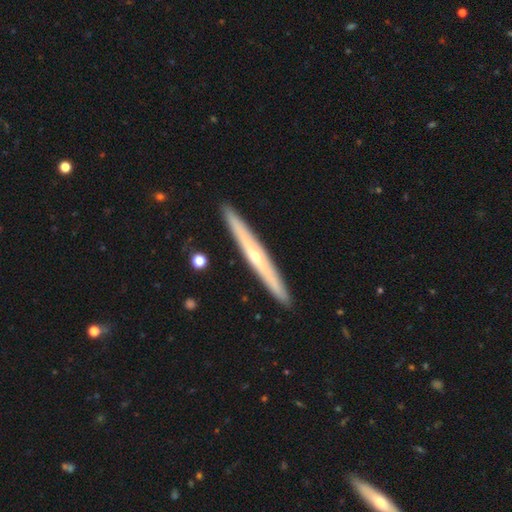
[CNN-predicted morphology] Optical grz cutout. It shows a featured or disk galaxy (70%) viewed edge-on (95%) with a rounded central bulge (71%). Merging: none (93%).